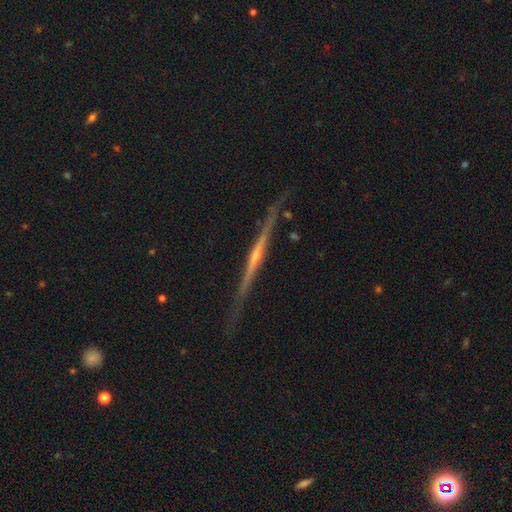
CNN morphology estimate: This appears to be a featured or disk galaxy (83%) viewed edge-on (98%) with a rounded central bulge (63%). Merging: none (83%).